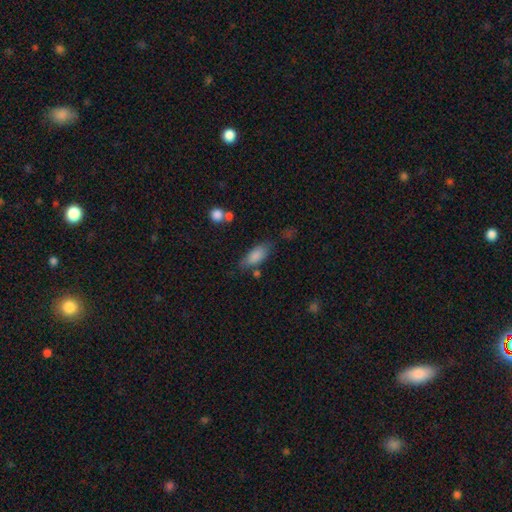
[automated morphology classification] smooth-or-featured: smooth: 84% | featured or disk: 9% | star or artifact: 7%
  how-rounded: in between: 82% | cigar-shaped: 15% | round: 3%
  merging: none: 61% | minor disturbance: 23% | major disturbance: 8% | merger: 8%